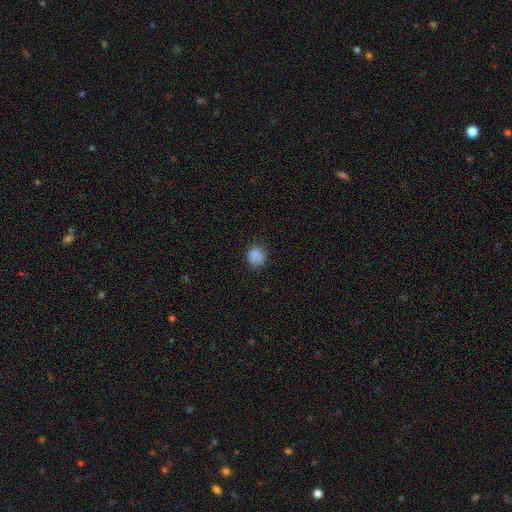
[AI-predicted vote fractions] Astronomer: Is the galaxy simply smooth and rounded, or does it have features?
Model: smooth — 84%.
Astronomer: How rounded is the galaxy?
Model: round — 84%.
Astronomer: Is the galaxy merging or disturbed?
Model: none — 81%.